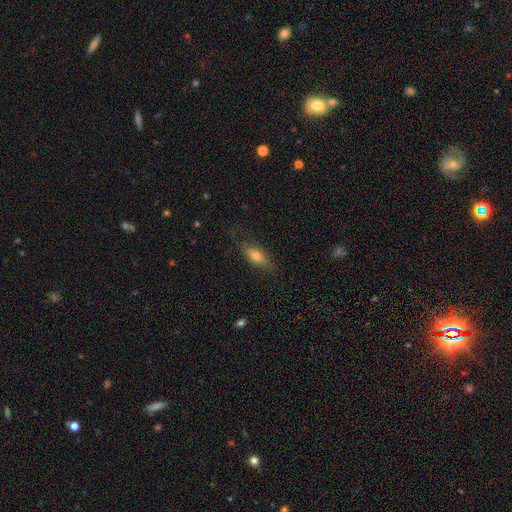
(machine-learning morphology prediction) This appears to be a smooth galaxy with no disk features (68%) that is in between round and cigar-shaped (59%). Merging: none (75%).